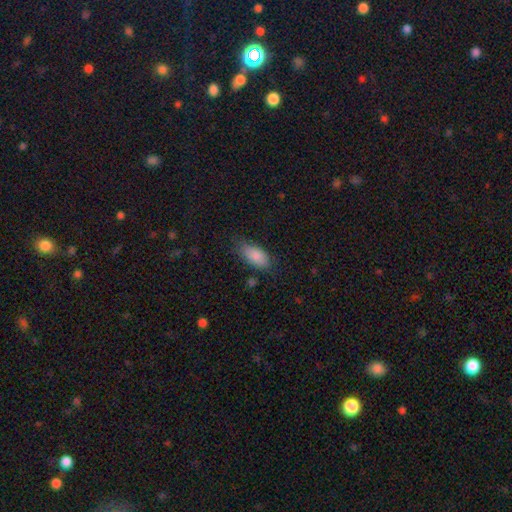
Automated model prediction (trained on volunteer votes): This is clearly a smooth galaxy (87%). How rounded: clearly in between (91%). Merging: likely none (72%).